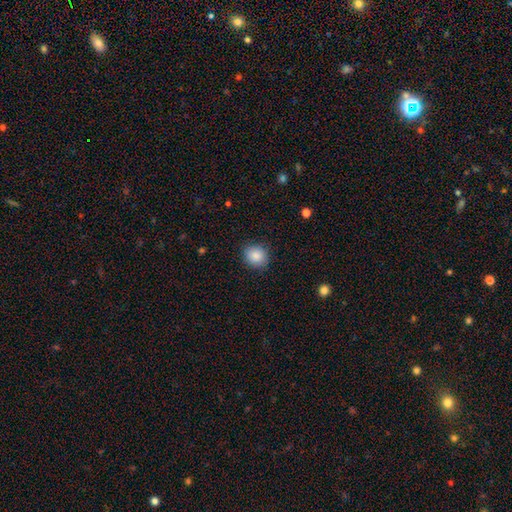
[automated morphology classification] smooth-or-featured: smooth: 87% | star or artifact: 8% | featured or disk: 4%
  how-rounded: round: 79% | in between: 20% | cigar-shaped: 1%
  merging: none: 87% | minor disturbance: 10% | major disturbance: 3% | merger: 1%